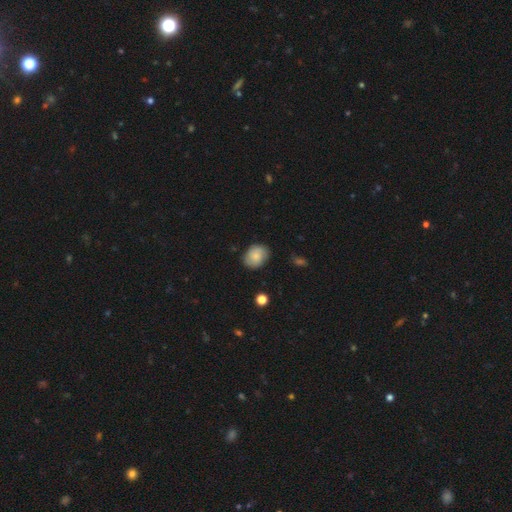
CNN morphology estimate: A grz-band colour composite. It shows a smooth galaxy with no disk features (77%) that is in between round and cigar-shaped (55%). Merging: none (78%).